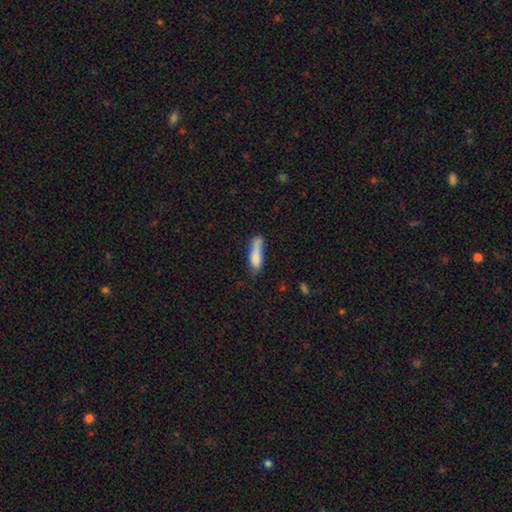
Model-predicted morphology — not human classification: Smooth or featured? smooth (76%)
How rounded? cigar-shaped (58%)
Merging? none (41%)